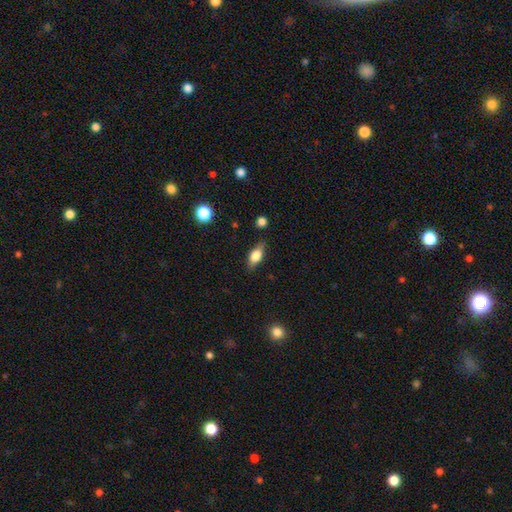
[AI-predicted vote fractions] Smooth or featured?
  - smooth: 68% *
  - featured or disk: 24%
  - star or artifact: 8%
How rounded?
  - in between: 78% *
  - cigar-shaped: 16%
  - round: 6%
Merging?
  - none: 79% *
  - minor disturbance: 15%
  - major disturbance: 4%
  - merger: 2%